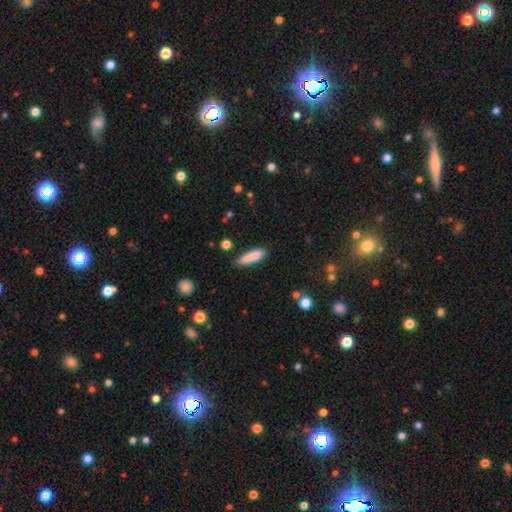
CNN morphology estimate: smooth_or_featured: smooth (p=0.82) [alt: featured or disk p=0.11]
how_rounded: cigar-shaped (p=0.71) [alt: in between p=0.28]
merging: none (p=0.74) [alt: minor disturbance p=0.19]